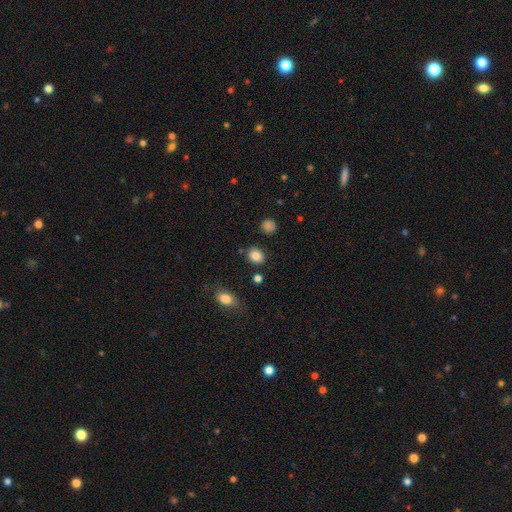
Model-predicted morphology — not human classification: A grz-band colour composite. It shows a smooth galaxy with no disk features (86%) that is round (60%). Merging: none (84%).